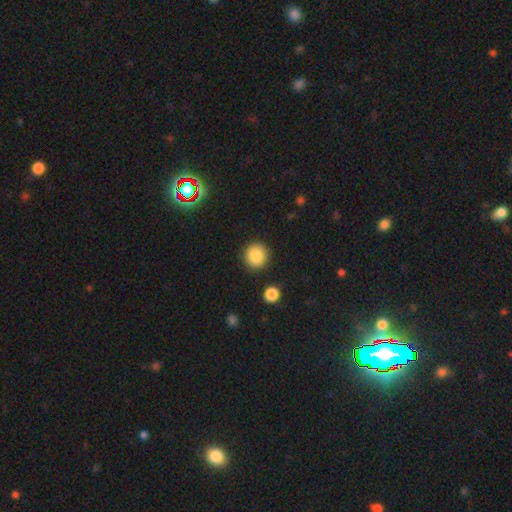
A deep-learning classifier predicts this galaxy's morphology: Smooth or featured? Predicted: smooth (p=0.86). How rounded? Predicted: round (p=0.91). Merging? Predicted: none (p=0.89).